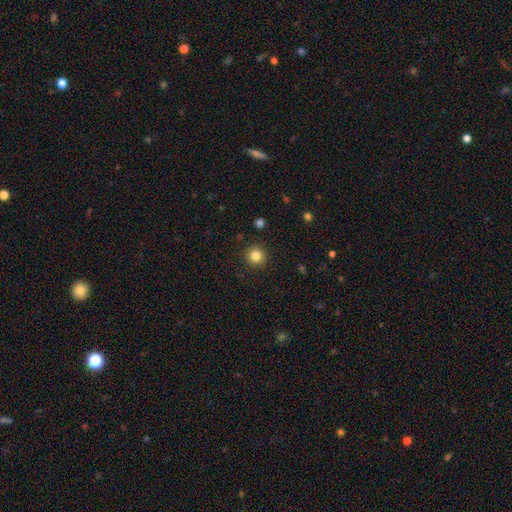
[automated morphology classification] This appears to be a smooth galaxy with no disk features (83%) that is round (94%). Merging: none (92%).